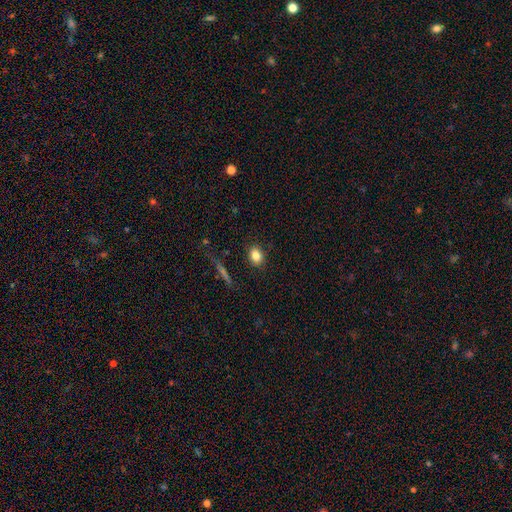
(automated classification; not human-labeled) Overall: smooth (82%). How rounded: in between (53%; round 45%). Merging: none (88%).